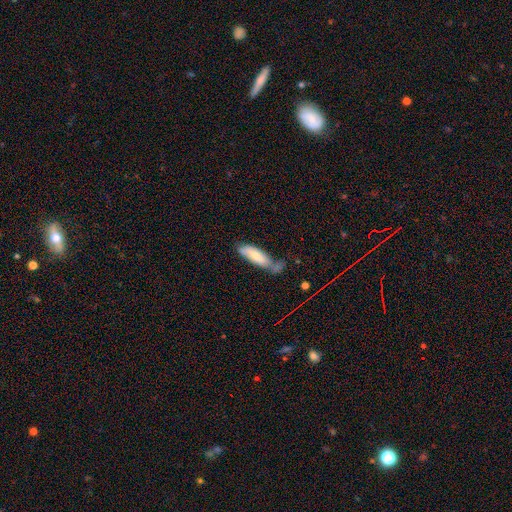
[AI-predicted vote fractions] smooth 70%, featured or disk 23%, star or artifact 6%. Down the decision tree: how rounded — in between (54%); merging — none (40%).